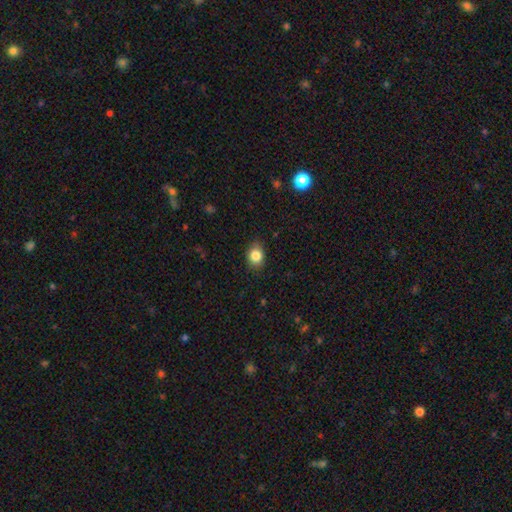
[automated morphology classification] This appears to be a smooth galaxy with no disk features (85%) that is in between round and cigar-shaped (51%). Merging: none (83%).